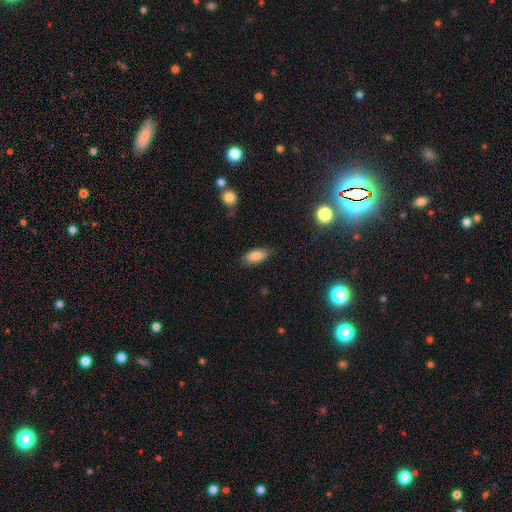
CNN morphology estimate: Q: Smooth or featured?
A: smooth (84%); runner-up: featured or disk (8%)
Q: How rounded?
A: in between (88%); runner-up: cigar-shaped (9%)
Q: Merging?
A: none (73%); runner-up: minor disturbance (22%)